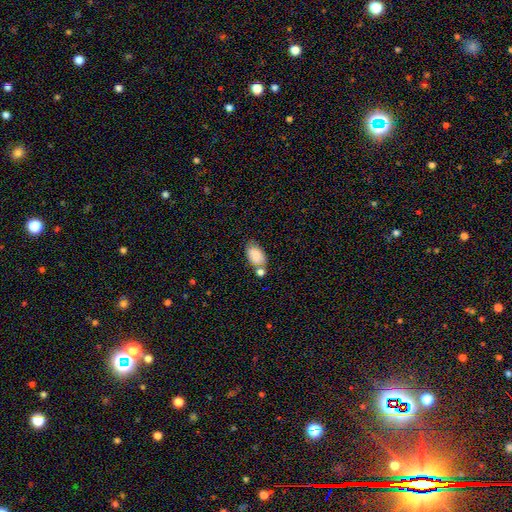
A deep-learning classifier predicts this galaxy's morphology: Smooth or featured? smooth (84%)
How rounded? in between (92%)
Merging? none (53%)